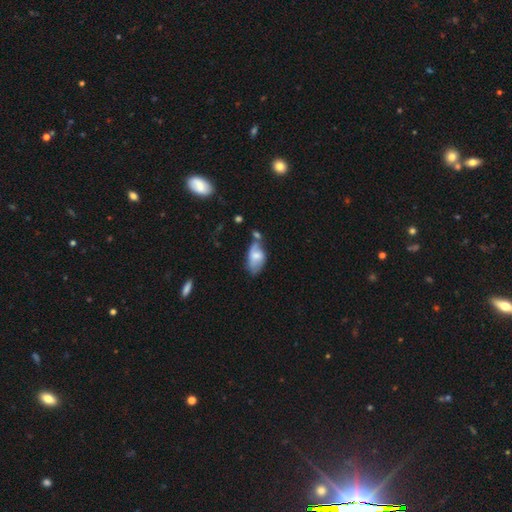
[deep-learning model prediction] This appears to be a smooth galaxy with no disk features (56%) that is in between round and cigar-shaped (92%). Merging: none (34%).